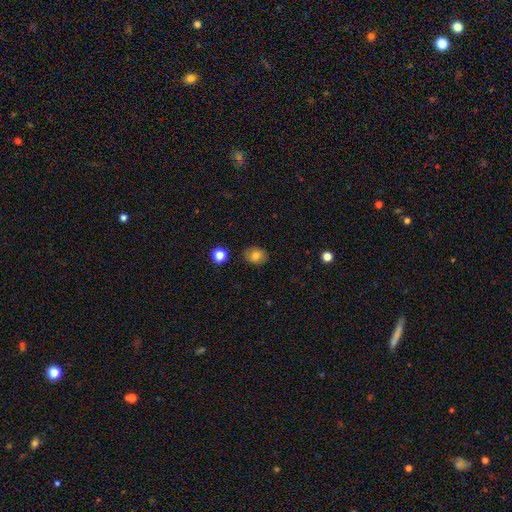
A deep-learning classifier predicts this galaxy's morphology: Smooth or featured: smooth — 77% (featured or disk — 12%)
How rounded: round — 53% (in between — 46%)
Merging: none — 86% (minor disturbance — 10%)